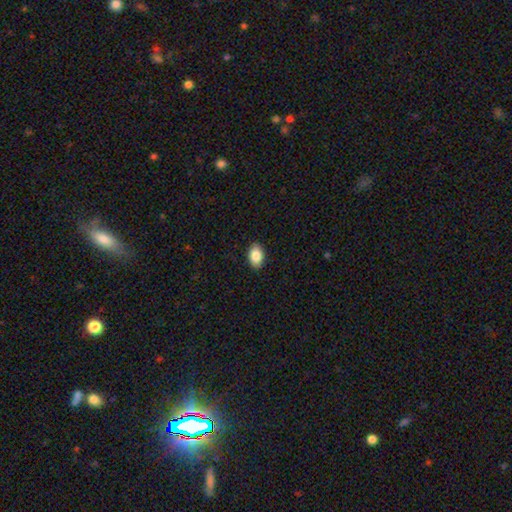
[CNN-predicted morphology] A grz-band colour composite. It shows a smooth galaxy with no disk features (86%) that is in between round and cigar-shaped (90%). Merging: none (90%).